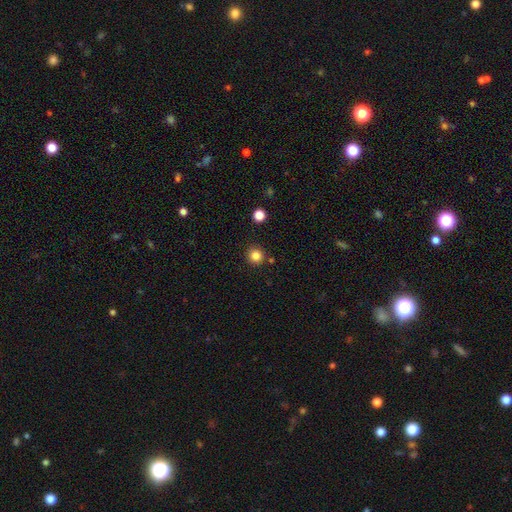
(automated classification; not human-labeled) Morphology: type=smooth (84%); roundness=round (94%); merging=none (88%).